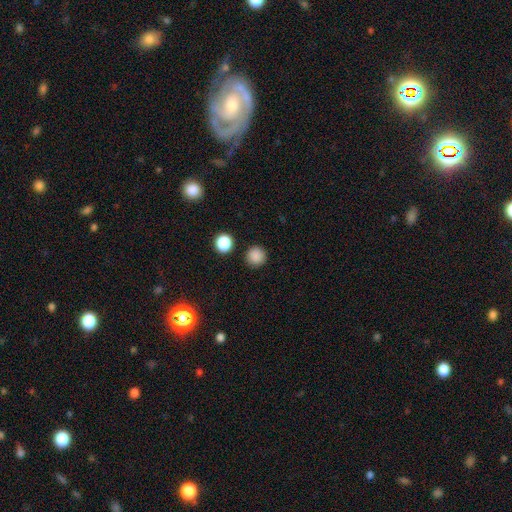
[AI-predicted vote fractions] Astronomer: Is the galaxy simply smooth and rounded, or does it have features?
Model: smooth — 86%.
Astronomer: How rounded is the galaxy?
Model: round — 95%.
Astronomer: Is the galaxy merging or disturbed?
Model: none — 91%.